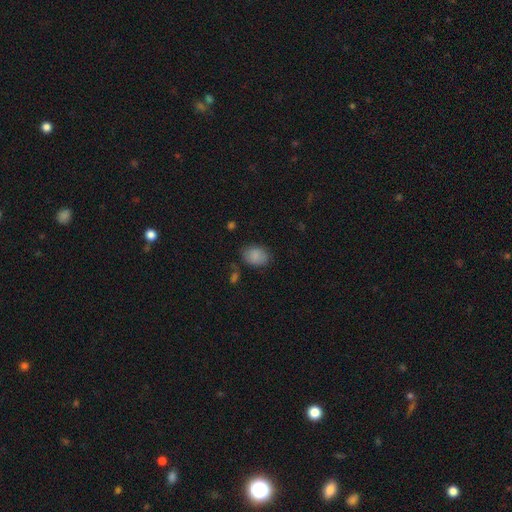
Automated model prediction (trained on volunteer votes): Q: Smooth or featured?
A: smooth (87%); runner-up: star or artifact (8%)
Q: How rounded?
A: in between (66%); runner-up: round (33%)
Q: Merging?
A: none (76%); runner-up: minor disturbance (16%)